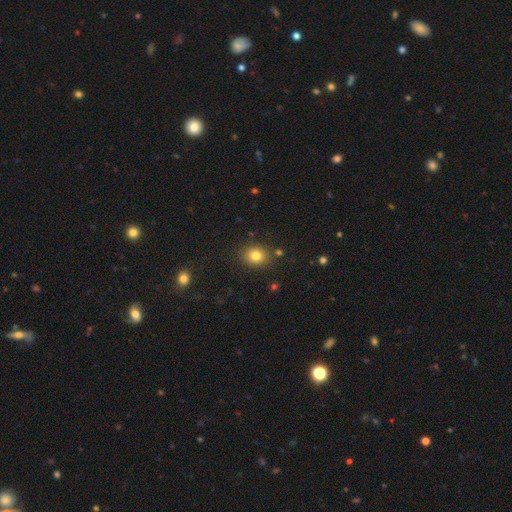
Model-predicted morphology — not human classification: The model was most divided on "how rounded": round: 62%, in between: 37%, cigar-shaped: 1%. More confident: merging — none (85%); smooth or featured — smooth (80%).